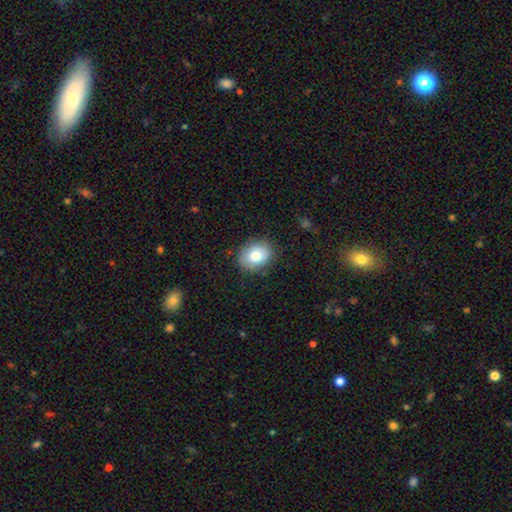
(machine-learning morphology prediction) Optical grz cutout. It shows a smooth galaxy with no disk features (76%) that is in between round and cigar-shaped (57%). Merging: none (82%).